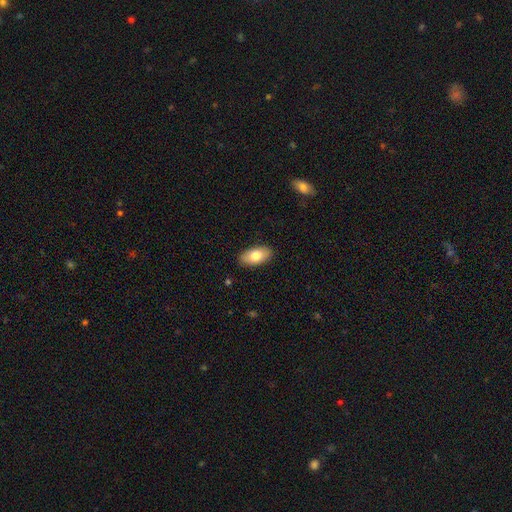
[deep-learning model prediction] A smooth galaxy with no disk features (80%) that is in between round and cigar-shaped (93%). Merging: none (88%).